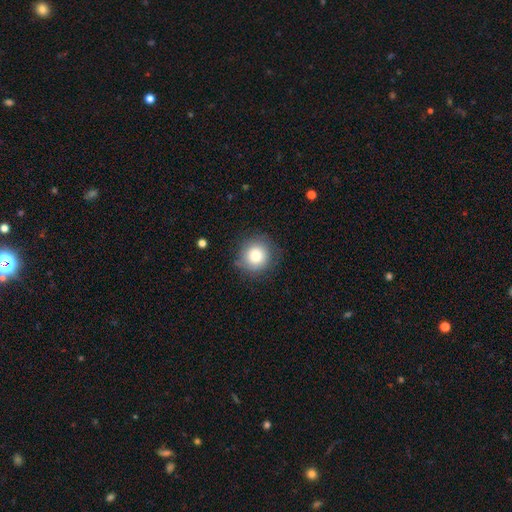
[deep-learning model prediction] Smooth or featured: smooth — 79% (featured or disk — 11%)
How rounded: round — 92% (in between — 7%)
Merging: none — 82% (minor disturbance — 12%)